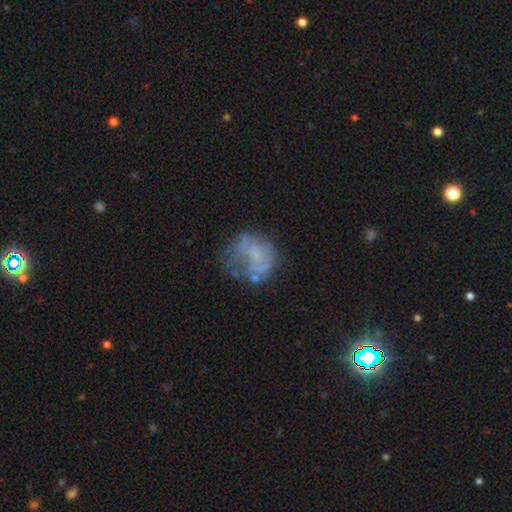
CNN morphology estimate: Smooth or featured? featured or disk (48%)
Merging? none (44%)